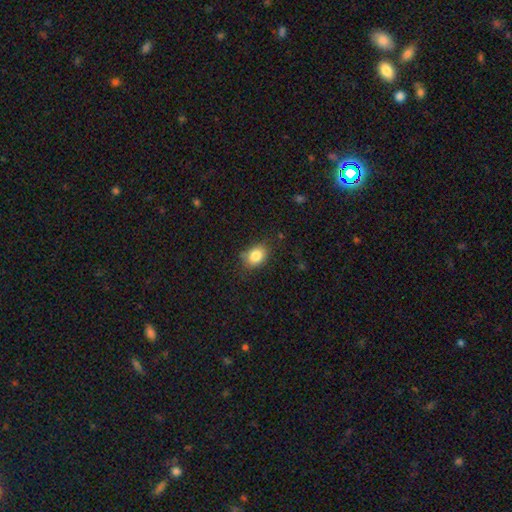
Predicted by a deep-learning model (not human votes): Smooth or featured? Predicted: smooth (p=0.84). How rounded? Predicted: in between (p=0.66). Merging? Predicted: none (p=0.77).